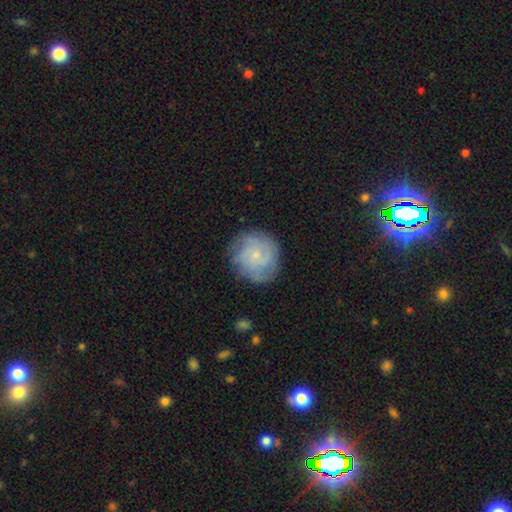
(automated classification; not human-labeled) Smooth or featured?
  - featured or disk: 62% *
  - smooth: 30%
  - star or artifact: 8%
Edge-on disk?
  - no: 98% *
  - yes: 2%
Bar?
  - no: 78% *
  - weak: 20%
  - strong: 2%
Spiral arms?
  - yes: 88% *
  - no: 12%
Spiral winding?
  - tight: 66% *
  - medium: 26%
  - loose: 8%
Spiral arm count?
  - can't tell: 43% *
  - 3: 18%
  - 2: 14%
  - 4: 13%
  - more than 4: 6%
  - 1: 6%
Bulge size?
  - small: 78% *
  - moderate: 14%
  - none: 6%
  - large: 1%
  - dominant: 1%
Merging?
  - none: 77% *
  - minor disturbance: 16%
  - major disturbance: 6%
  - merger: 1%